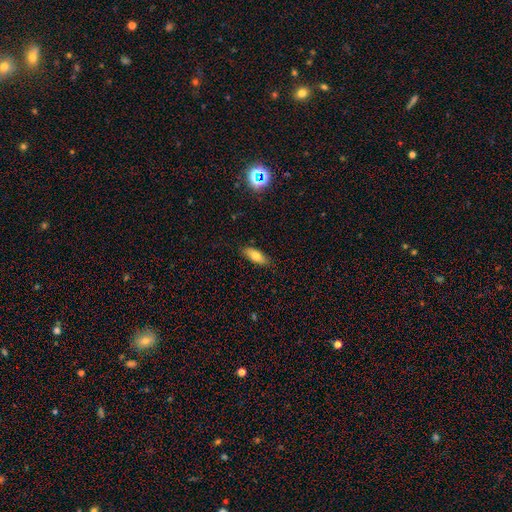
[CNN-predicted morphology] type=smooth (72%); roundness=in between (69%); merging=none (87%).